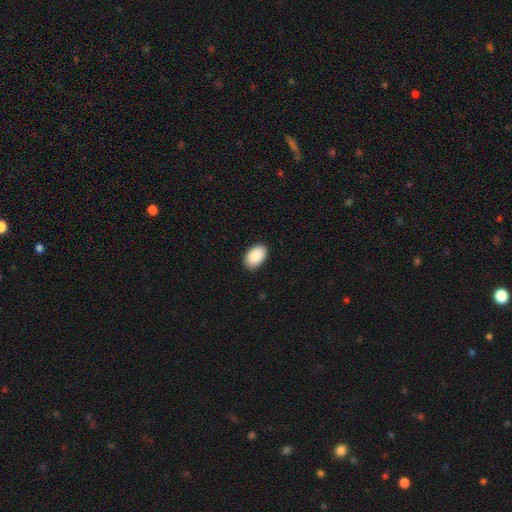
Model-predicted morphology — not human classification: The model was most divided on "merging": none: 90%, minor disturbance: 8%, major disturbance: 2%, merger: 1%. More confident: how rounded — in between (92%); smooth or featured — smooth (91%).